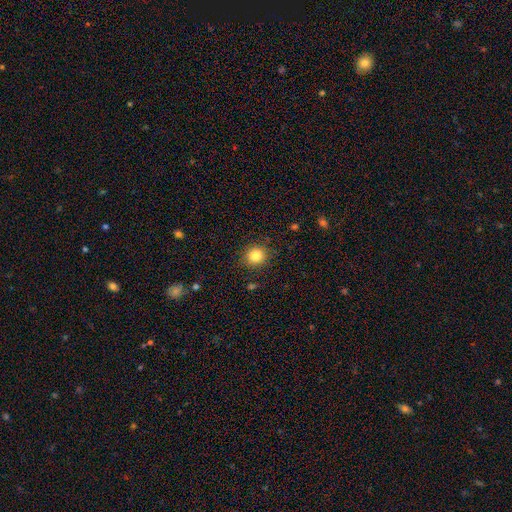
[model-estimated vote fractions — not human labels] Q: Smooth or featured?
A: smooth (84%); runner-up: star or artifact (11%)
Q: How rounded?
A: round (87%); runner-up: in between (12%)
Q: Merging?
A: none (88%); runner-up: minor disturbance (8%)